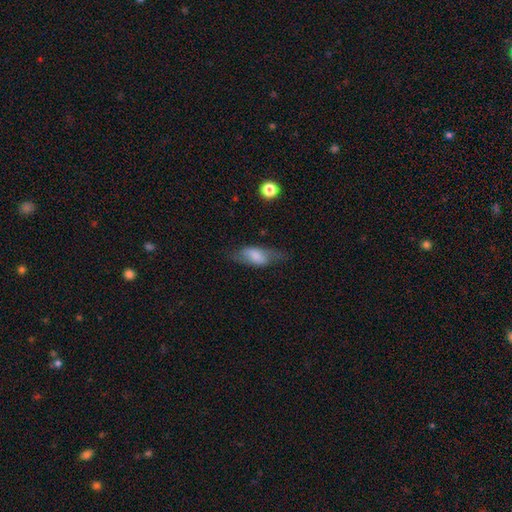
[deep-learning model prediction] Smooth or featured? smooth (62%)
How rounded? in between (80%)
Merging? none (56%)